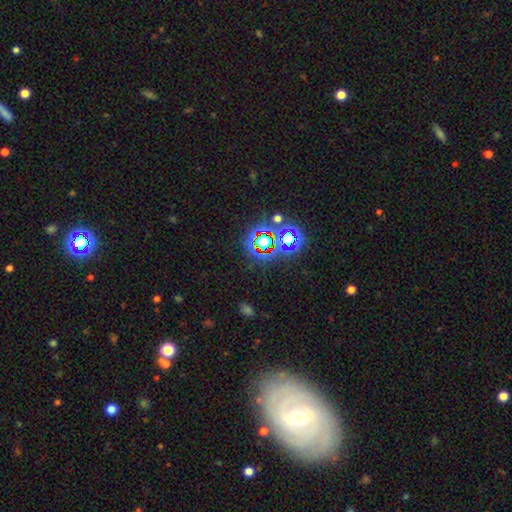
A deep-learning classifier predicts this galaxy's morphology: The model was most divided on "smooth or featured": star or artifact: 44%, featured or disk: 33%, smooth: 23%.